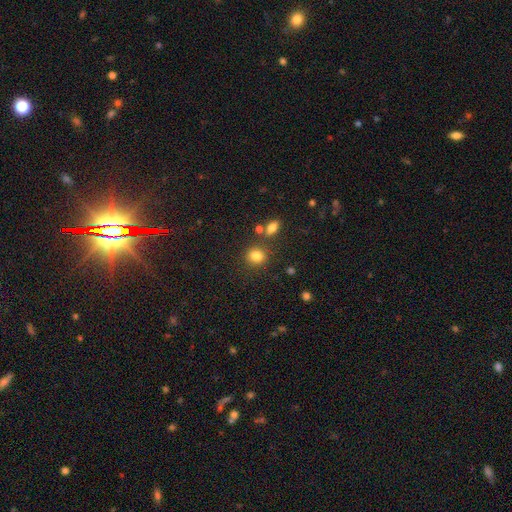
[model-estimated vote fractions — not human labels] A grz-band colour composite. It shows a smooth galaxy with no disk features (82%) that is round (69%). Merging: none (77%).